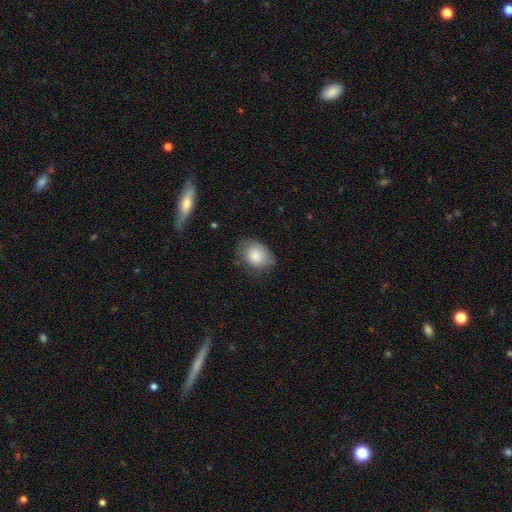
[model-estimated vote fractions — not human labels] Smooth or featured? Predicted: smooth (p=0.85). How rounded? Predicted: in between (p=0.63). Merging? Predicted: none (p=0.66).